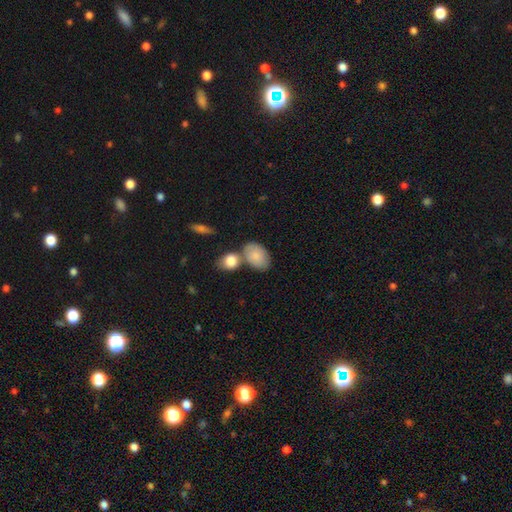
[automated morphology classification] This appears to be a smooth galaxy with no disk features (82%) that is in between round and cigar-shaped (87%). Merging: none (49%).